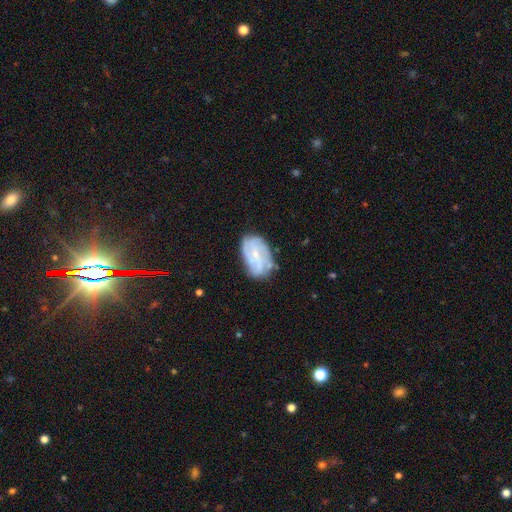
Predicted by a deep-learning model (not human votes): This is likely a featured or disk galaxy (68%). It is clearly not viewed edge-on (97%). Bar: possibly no (54%). Spiral arm pattern: clearly yes (82%). Spiral arm count: marginally can't tell (36%). Spiral winding: marginally tight (43%). Central bulge: likely small (72%). Merging: likely none (65%).